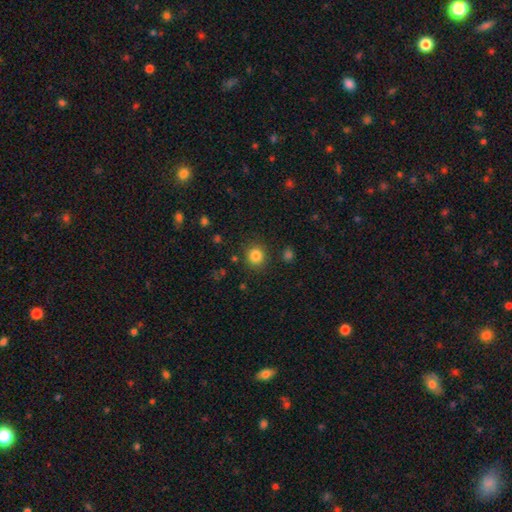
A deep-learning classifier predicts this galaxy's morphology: Smooth or featured? smooth (83%)
How rounded? round (89%)
Merging? none (87%)